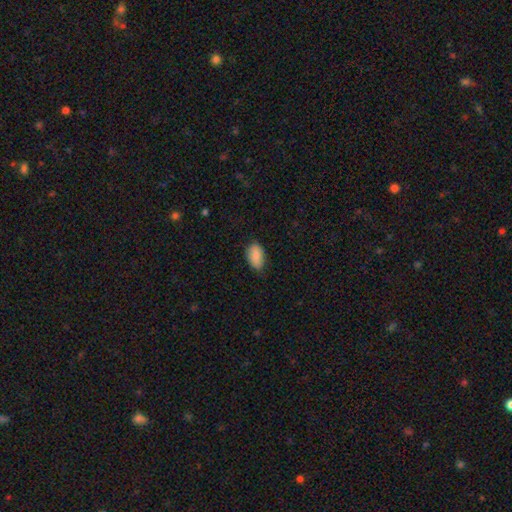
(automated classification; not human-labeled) Smooth or featured: smooth — 86% (featured or disk — 7%)
How rounded: in between — 92% (round — 5%)
Merging: none — 72% (minor disturbance — 23%)